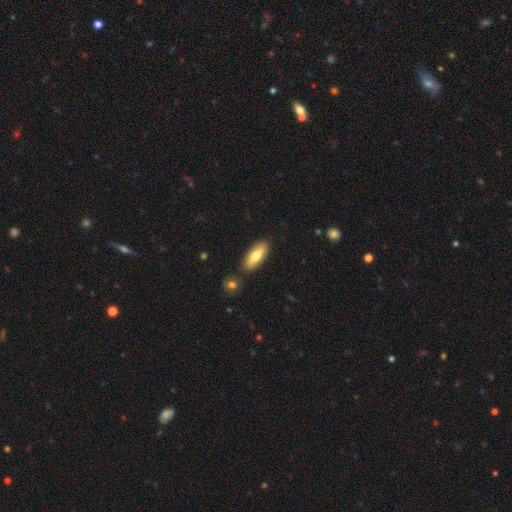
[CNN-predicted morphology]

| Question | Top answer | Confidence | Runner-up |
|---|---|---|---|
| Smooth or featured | smooth | 72% | featured or disk (22%) |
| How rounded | in between | 75% | cigar-shaped (23%) |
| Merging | none | 85% | minor disturbance (9%) |